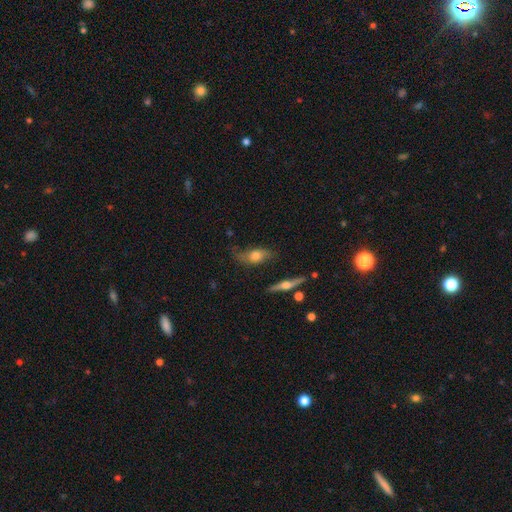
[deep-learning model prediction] Smooth or featured? Predicted: smooth (p=0.55). How rounded? Predicted: in between (p=0.76). Merging? Predicted: none (p=0.57).